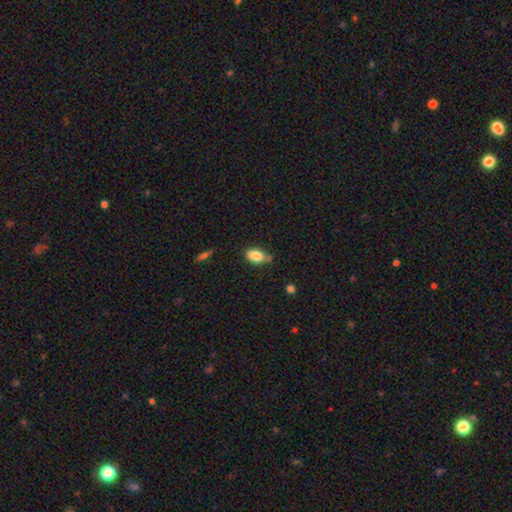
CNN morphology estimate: Smooth or featured? Predicted: smooth (p=0.84). How rounded? Predicted: in between (p=0.89). Merging? Predicted: none (p=0.61).